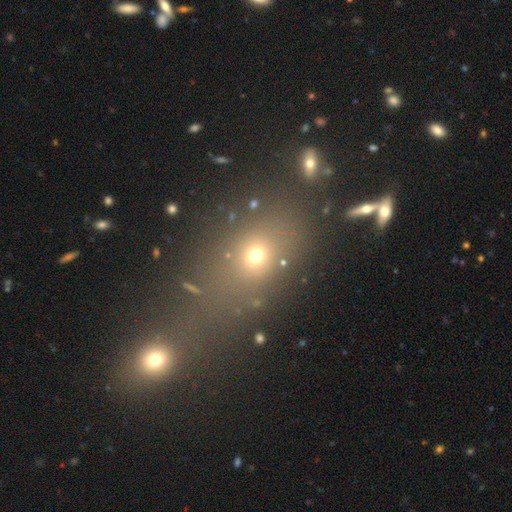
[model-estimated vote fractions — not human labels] Smooth or featured?
  - smooth: 65% *
  - star or artifact: 23%
  - featured or disk: 12%
How rounded?
  - in between: 55% *
  - round: 42%
  - cigar-shaped: 3%
Merging?
  - none: 66% *
  - merger: 13%
  - minor disturbance: 12%
  - major disturbance: 8%